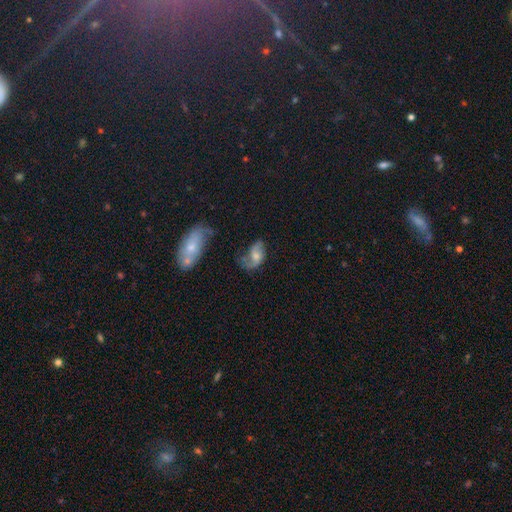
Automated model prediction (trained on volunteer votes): Q: Smooth or featured?
A: featured or disk (54%); runner-up: smooth (36%)
Q: Edge-on disk?
A: no (96%); runner-up: yes (4%)
Q: Bar?
A: no (65%); runner-up: weak (29%)
Q: Spiral arms?
A: yes (81%); runner-up: no (19%)
Q: Bulge size?
A: moderate (47%); runner-up: small (32%)
Q: Merging?
A: none (39%); runner-up: minor disturbance (28%)